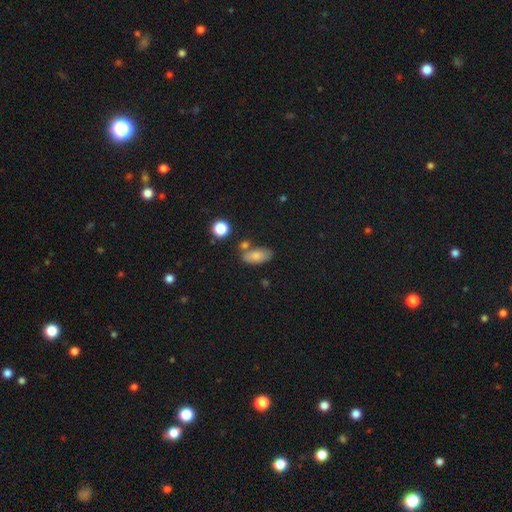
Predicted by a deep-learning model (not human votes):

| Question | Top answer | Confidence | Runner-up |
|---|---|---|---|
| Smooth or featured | smooth | 79% | featured or disk (12%) |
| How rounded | in between | 88% | cigar-shaped (6%) |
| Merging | none | 62% | minor disturbance (18%) |